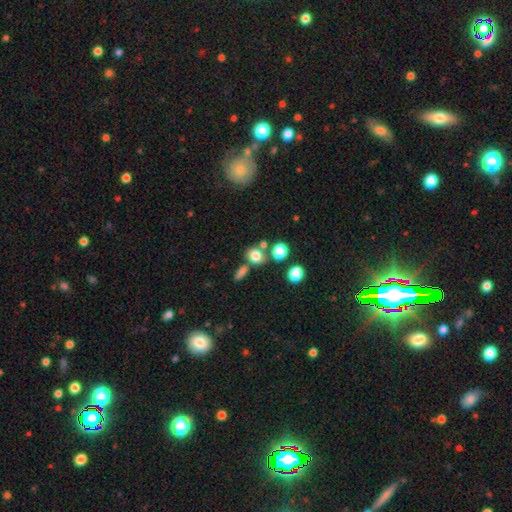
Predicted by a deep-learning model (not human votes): The model was most divided on "merging": none: 59%, merger: 25%, minor disturbance: 11%, major disturbance: 5%. More confident: smooth or featured — smooth (77%); how rounded — round (67%).